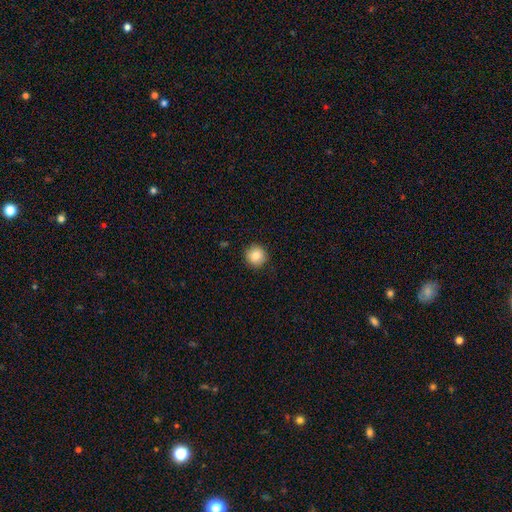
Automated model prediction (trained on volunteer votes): smooth_or_featured: smooth (p=0.84) [alt: star or artifact p=0.09]
how_rounded: round (p=0.95) [alt: in between p=0.04]
merging: none (p=0.91) [alt: minor disturbance p=0.06]